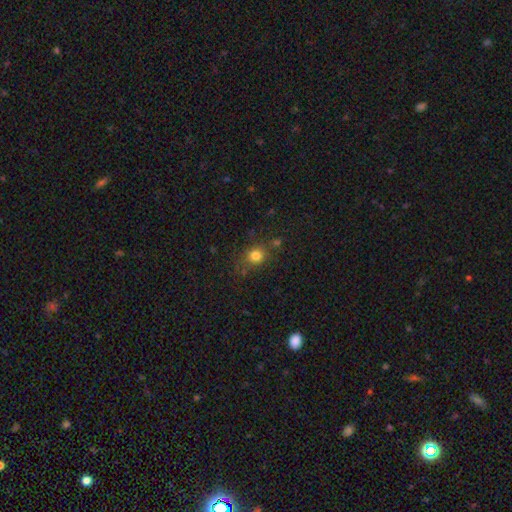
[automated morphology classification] Smooth or featured?
  - smooth: 79% *
  - star or artifact: 14%
  - featured or disk: 7%
How rounded?
  - round: 75% *
  - in between: 24%
  - cigar-shaped: 1%
Merging?
  - none: 74% *
  - minor disturbance: 15%
  - major disturbance: 6%
  - merger: 5%